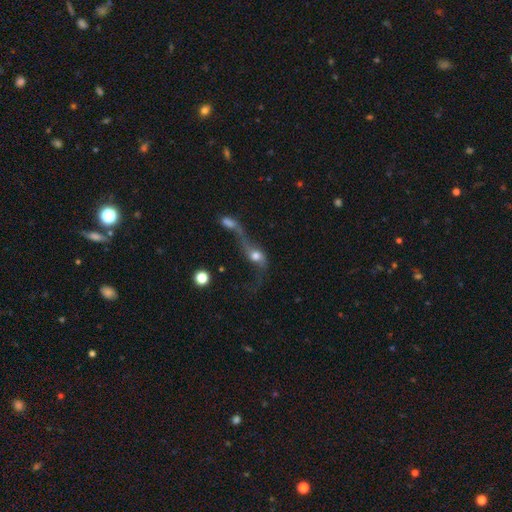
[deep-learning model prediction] featured or disk 51%, smooth 37%, star or artifact 12%. Down the decision tree: edge-on disk — no (84%); merging — merger (65%).